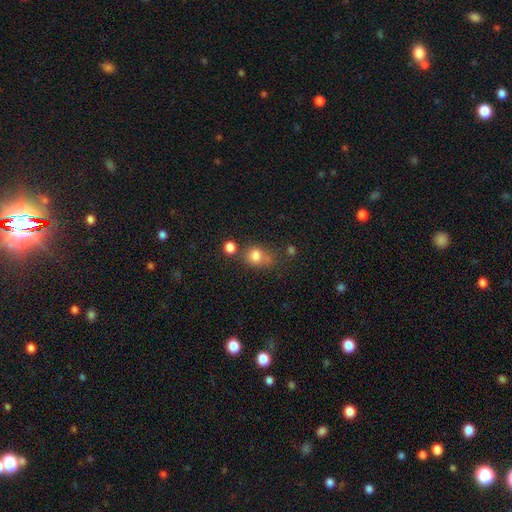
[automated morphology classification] This appears to be a smooth galaxy with no disk features (78%) that is round (61%). Merging: none (47%).